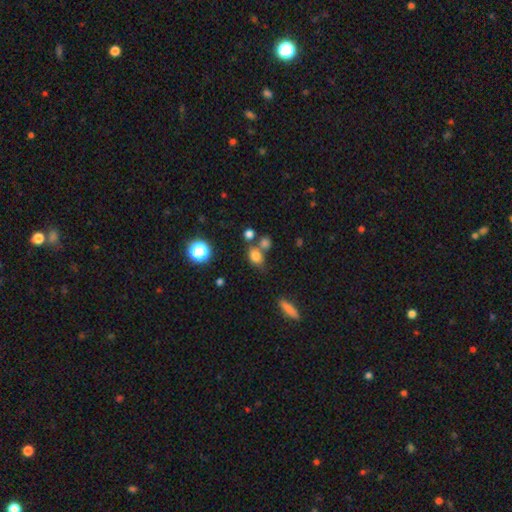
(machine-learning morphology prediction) Q: Smooth or featured?
A: smooth (76%); runner-up: star or artifact (16%)
Q: How rounded?
A: in between (57%); runner-up: round (41%)
Q: Merging?
A: none (56%); runner-up: merger (26%)